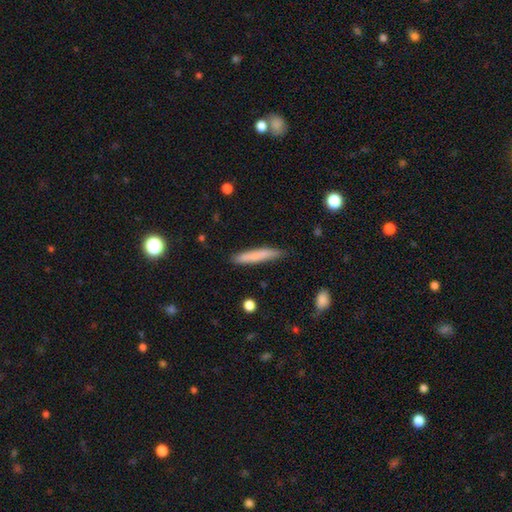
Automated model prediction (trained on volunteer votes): Morphology: type=smooth (77%); roundness=cigar-shaped (93%); merging=none (85%).